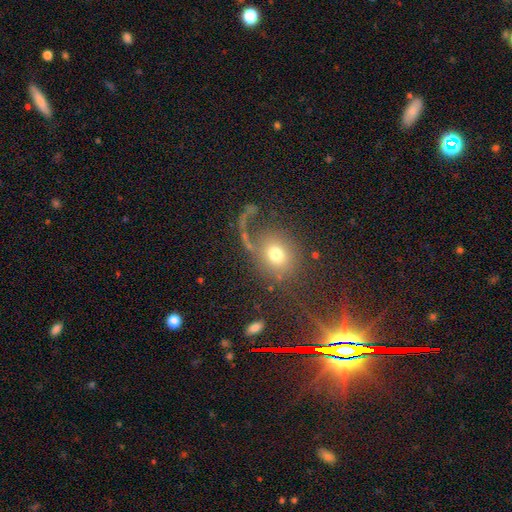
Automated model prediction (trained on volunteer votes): Q: Smooth or featured?
A: featured or disk (51%); runner-up: star or artifact (30%)
Q: Edge-on disk?
A: no (92%); runner-up: yes (8%)
Q: Merging?
A: none (57%); runner-up: major disturbance (21%)